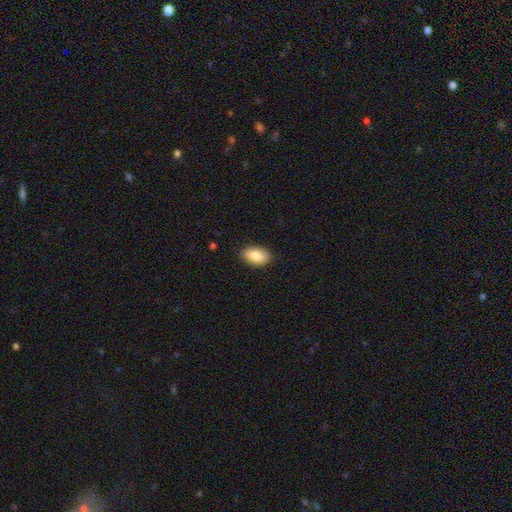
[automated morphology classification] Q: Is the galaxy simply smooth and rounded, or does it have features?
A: smooth — 85%.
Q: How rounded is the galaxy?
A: in between — 93%.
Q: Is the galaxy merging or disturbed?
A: none — 87%.